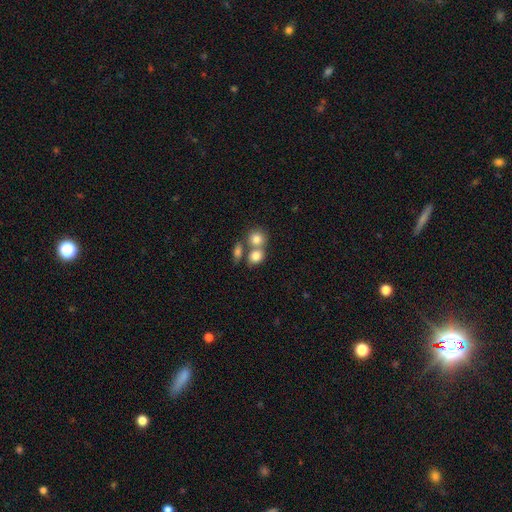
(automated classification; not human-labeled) Smooth or featured?
  - smooth: 79% *
  - featured or disk: 11%
  - star or artifact: 9%
How rounded?
  - round: 54% *
  - in between: 44%
  - cigar-shaped: 2%
Merging?
  - merger: 49% *
  - none: 38%
  - minor disturbance: 9%
  - major disturbance: 4%